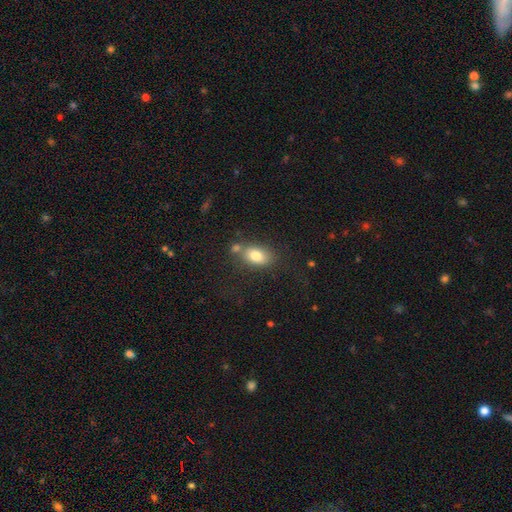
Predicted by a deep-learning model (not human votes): A smooth galaxy with no disk features (80%) that is in between round and cigar-shaped (84%). Merging: none (63%).